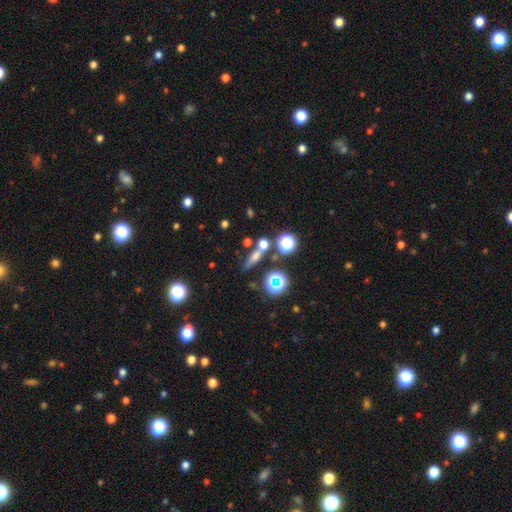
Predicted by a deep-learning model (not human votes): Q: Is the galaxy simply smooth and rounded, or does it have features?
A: smooth — 51%.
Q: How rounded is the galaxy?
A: cigar-shaped — 49%.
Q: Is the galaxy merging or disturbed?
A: none — 66%.